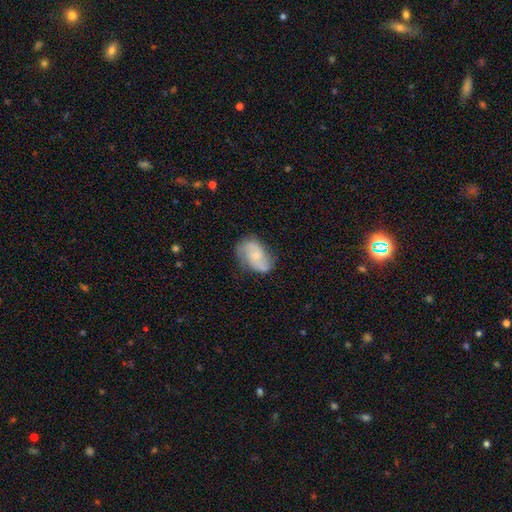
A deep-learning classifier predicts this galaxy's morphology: Smooth or featured? Predicted: featured or disk (p=0.63). Edge-on disk? Predicted: no (p=0.97). Bar? Predicted: no (p=0.63). Spiral arms? Predicted: yes (p=0.90). Spiral winding? Predicted: medium (p=0.43). Spiral arm count? Predicted: 2 (p=0.83). Bulge size? Predicted: small (p=0.56). Merging? Predicted: none (p=0.66).